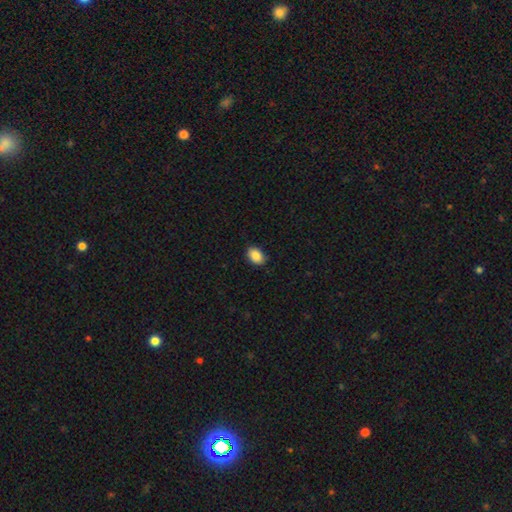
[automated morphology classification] type=smooth (88%); roundness=in between (78%); merging=none (86%).